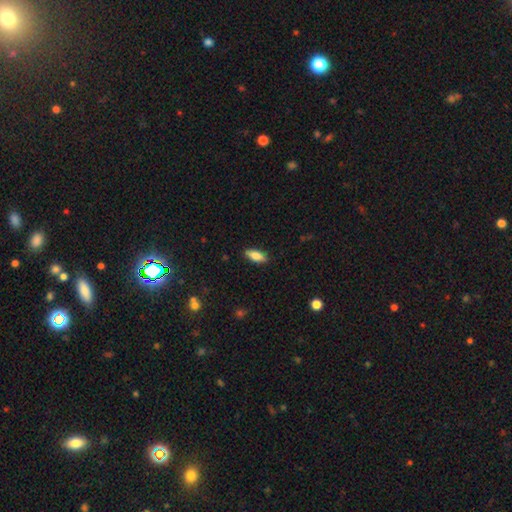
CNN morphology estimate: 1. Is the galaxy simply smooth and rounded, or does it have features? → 80% smooth, 14% featured or disk, 6% star or artifact.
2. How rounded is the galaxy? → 74% in between, 24% cigar-shaped, 2% round.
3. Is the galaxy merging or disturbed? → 89% none, 8% minor disturbance, 2% major disturbance, 1% merger.